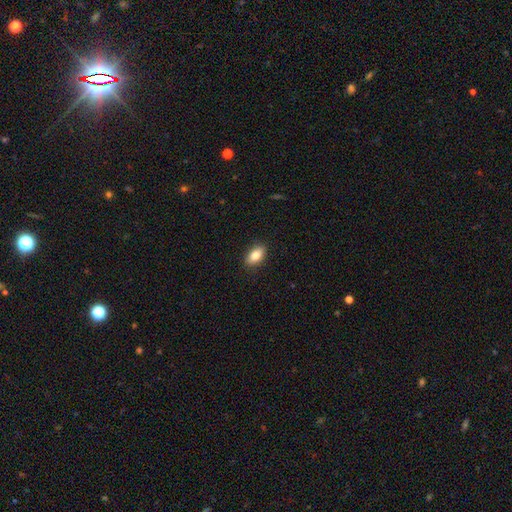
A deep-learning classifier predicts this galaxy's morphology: type=smooth (81%); roundness=in between (88%); merging=none (89%).